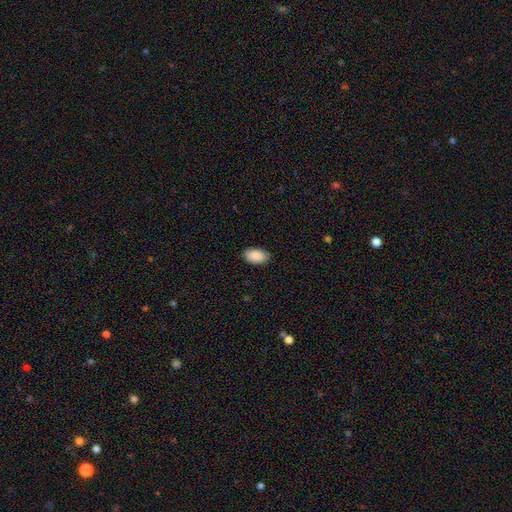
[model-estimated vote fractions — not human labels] A smooth galaxy with no disk features (90%) that is in between round and cigar-shaped (95%).

Vote fractions:
- Smooth or featured? smooth: 90% / star or artifact: 6% / featured or disk: 4%
- How rounded? in between: 95% / round: 4% / cigar-shaped: 1%
- Merging? none: 87% / minor disturbance: 10% / major disturbance: 2% / merger: 1%